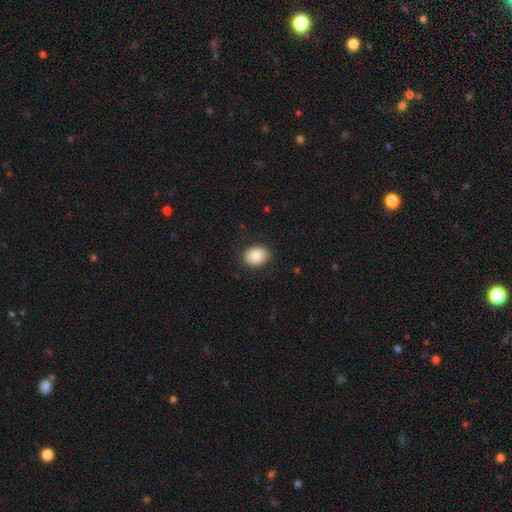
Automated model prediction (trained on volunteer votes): A smooth galaxy with no disk features (84%) that is in between round and cigar-shaped (53%). Merging: none (88%).